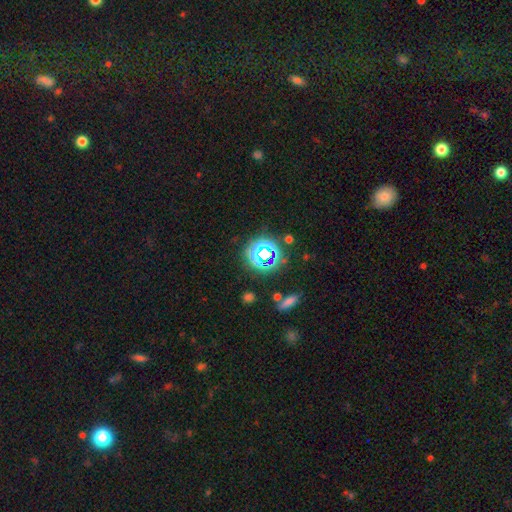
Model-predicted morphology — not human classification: This is likely a star or artifact rather than a galaxy (67%).